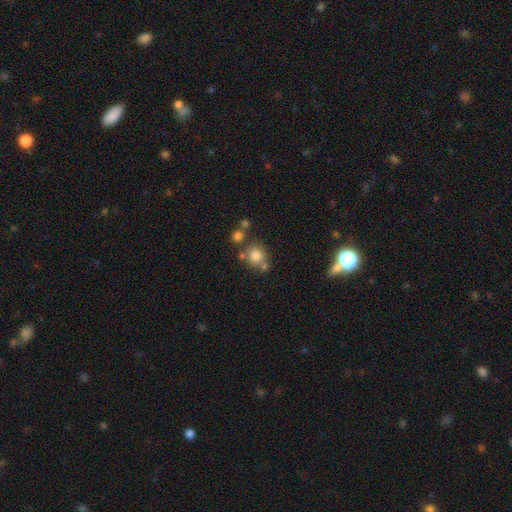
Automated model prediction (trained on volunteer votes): smooth 76%, star or artifact 13%, featured or disk 11%. Down the decision tree: how rounded — round (83%); merging — none (61%).